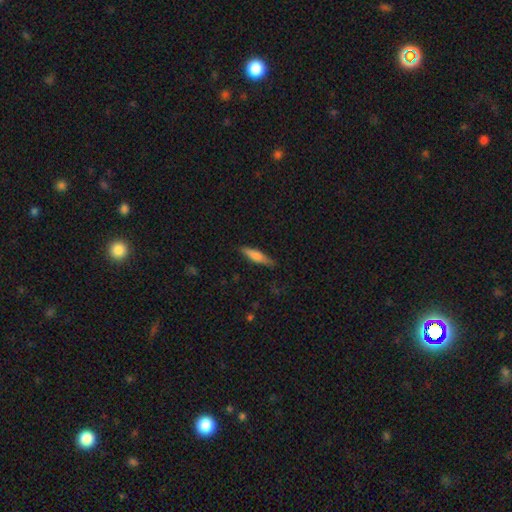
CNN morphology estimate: Smooth or featured: smooth — 69% (featured or disk — 25%)
How rounded: cigar-shaped — 77% (in between — 21%)
Merging: none — 85% (minor disturbance — 12%)